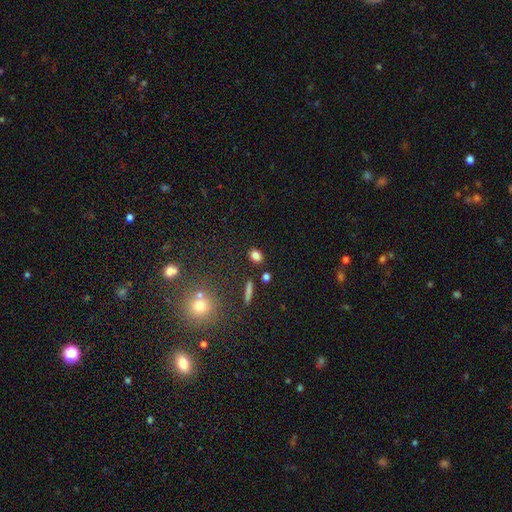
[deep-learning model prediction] Q: Smooth or featured?
A: smooth (81%); runner-up: star or artifact (13%)
Q: How rounded?
A: in between (67%); runner-up: round (30%)
Q: Merging?
A: none (83%); runner-up: minor disturbance (9%)